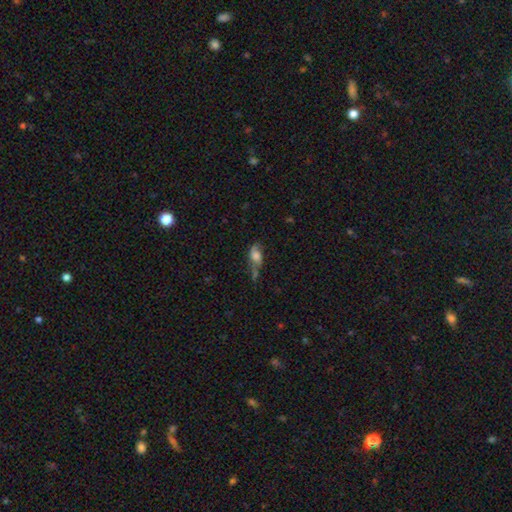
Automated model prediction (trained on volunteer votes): Overall: smooth (52%; featured or disk 37%). How rounded: in between (79%). Merging: none (32%; minor disturbance 27%).